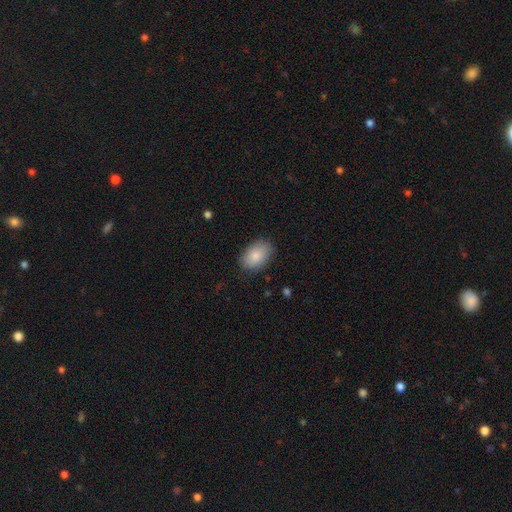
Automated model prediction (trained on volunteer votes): Smooth or featured?
  - smooth: 86% *
  - featured or disk: 8%
  - star or artifact: 6%
How rounded?
  - in between: 89% *
  - round: 10%
  - cigar-shaped: 1%
Merging?
  - none: 84% *
  - minor disturbance: 12%
  - major disturbance: 3%
  - merger: 1%